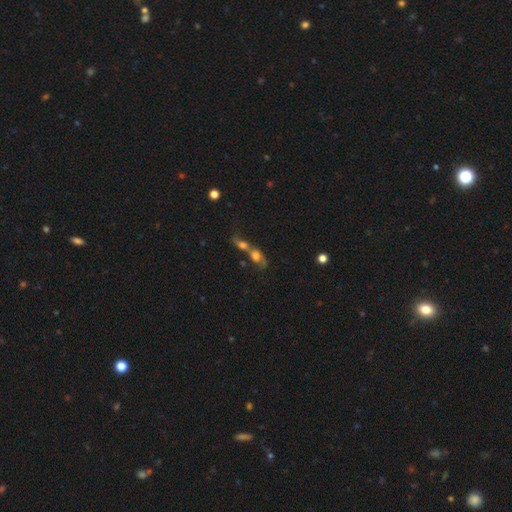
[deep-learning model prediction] Smooth or featured? smooth (58%)
How rounded? in between (57%)
Merging? merger (77%)